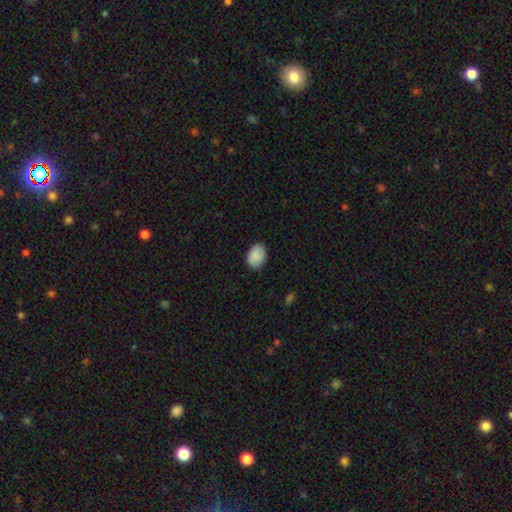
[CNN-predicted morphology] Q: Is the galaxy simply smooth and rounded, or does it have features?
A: smooth — 88%.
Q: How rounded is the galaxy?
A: in between — 72%.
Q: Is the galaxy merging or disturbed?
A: none — 81%.